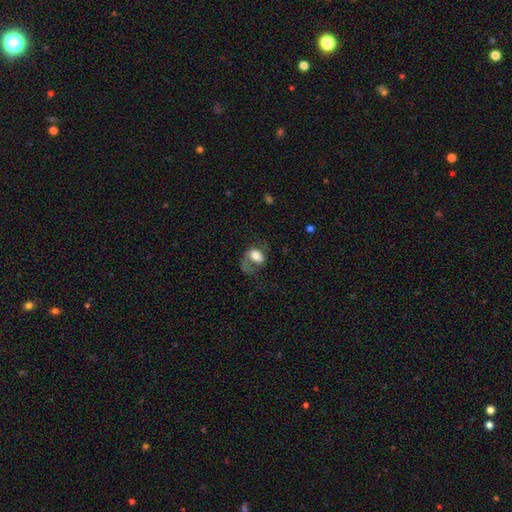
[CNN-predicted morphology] smooth 49%, featured or disk 43%, star or artifact 8%. Down the decision tree: merging — major disturbance (46%).